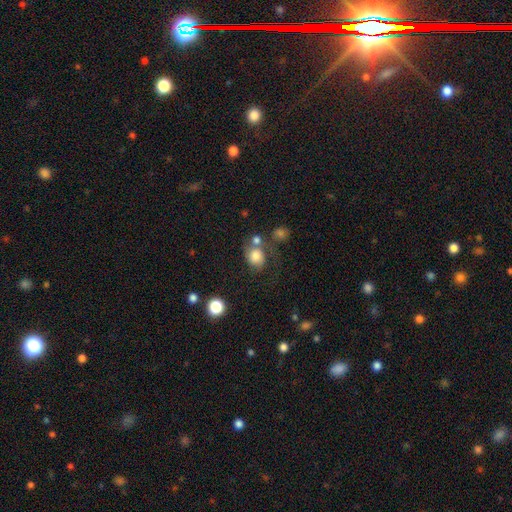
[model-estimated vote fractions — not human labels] Overall: smooth (75%). How rounded: round (64%; in between 35%). Merging: none (43%; merger 26%).